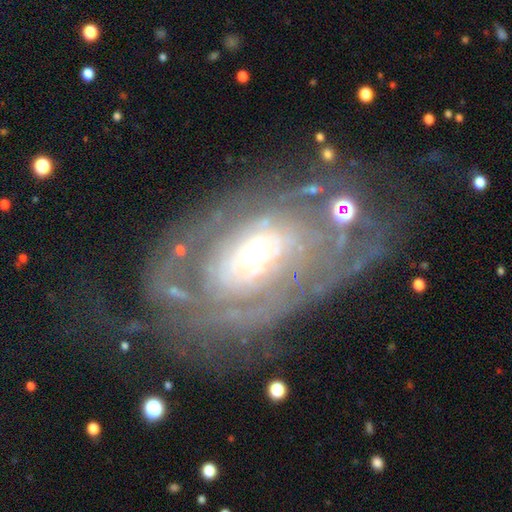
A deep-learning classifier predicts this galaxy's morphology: Smooth or featured? featured or disk (81%)
Edge-on disk? no (94%)
Bar? no (67%)
Spiral arms? yes (78%)
Spiral winding? tight (64%)
Spiral arm count? can't tell (52%)
Bulge size? small (45%)
Merging? none (53%)